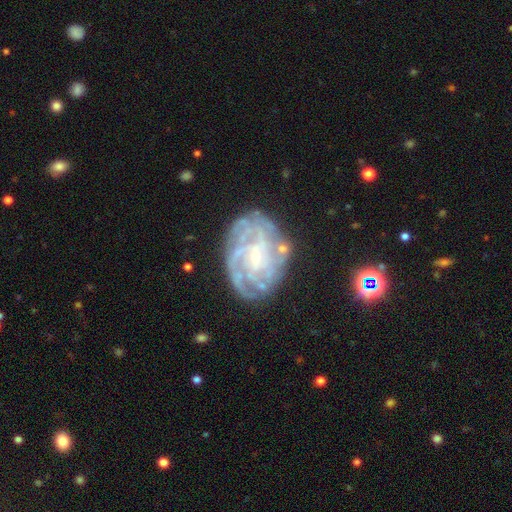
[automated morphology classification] smooth_or_featured: featured or disk (p=0.82) [alt: smooth p=0.11]
disk_edge_on: no (p=0.97) [alt: yes p=0.03]
bar: no (p=0.52) [alt: weak p=0.39]
has_spiral_arms: yes (p=0.88) [alt: no p=0.12]
spiral_winding: tight (p=0.63) [alt: medium p=0.28]
spiral_arm_count: can't tell (p=0.43) [alt: 4 p=0.18]
bulge_size: small (p=0.71) [alt: moderate p=0.19]
merging: none (p=0.69) [alt: minor disturbance p=0.19]